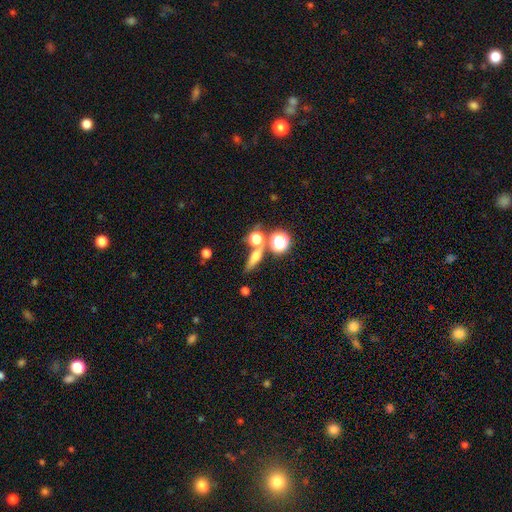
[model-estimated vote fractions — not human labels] Overall: smooth (57%; featured or disk 24%). How rounded: cigar-shaped (38%; in between 33%). Merging: none (61%; merger 23%).